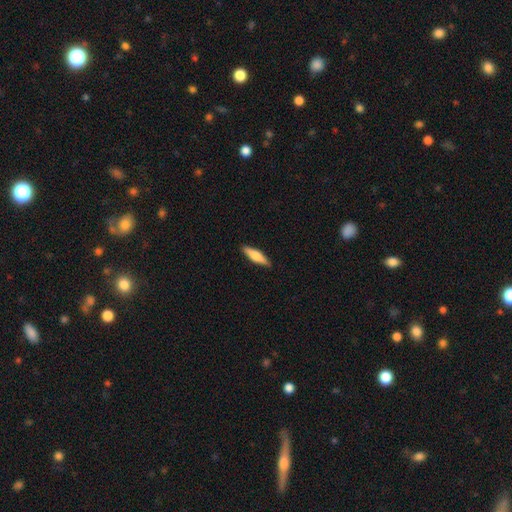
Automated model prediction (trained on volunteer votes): Smooth or featured? smooth (64%)
How rounded? cigar-shaped (66%)
Merging? none (89%)